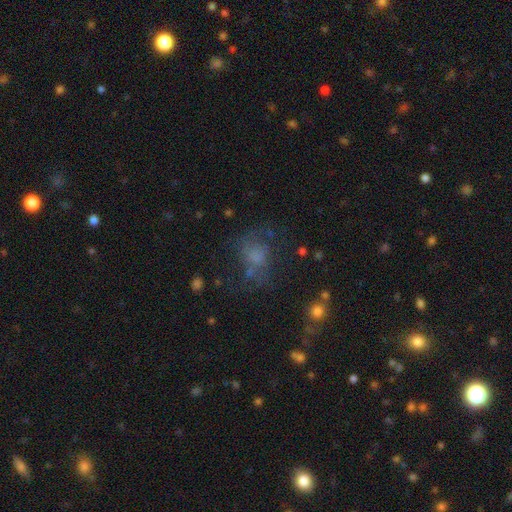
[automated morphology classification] smooth_or_featured: smooth (p=0.52) [alt: featured or disk p=0.26]
how_rounded: round (p=0.61) [alt: in between p=0.38]
merging: none (p=0.49) [alt: major disturbance p=0.25]